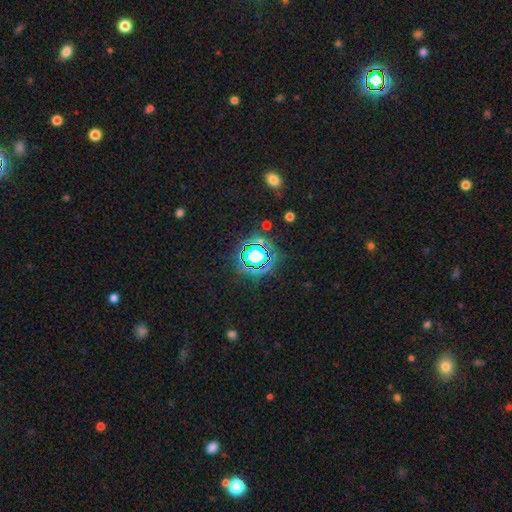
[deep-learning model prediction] Smooth or featured? Predicted: star or artifact (p=0.71).